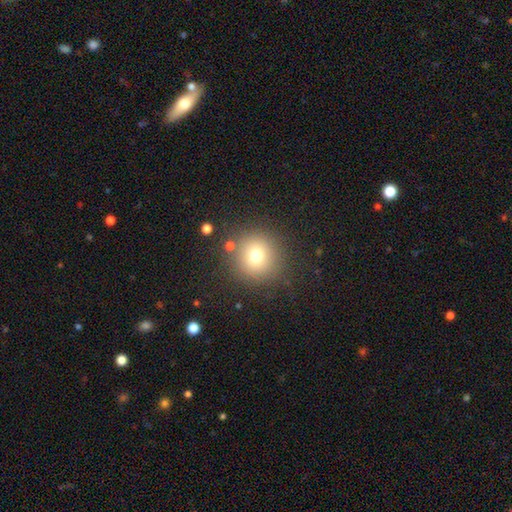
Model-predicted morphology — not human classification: Smooth or featured: smooth — 72% (star or artifact — 17%)
How rounded: round — 94% (in between — 6%)
Merging: none — 84% (minor disturbance — 8%)